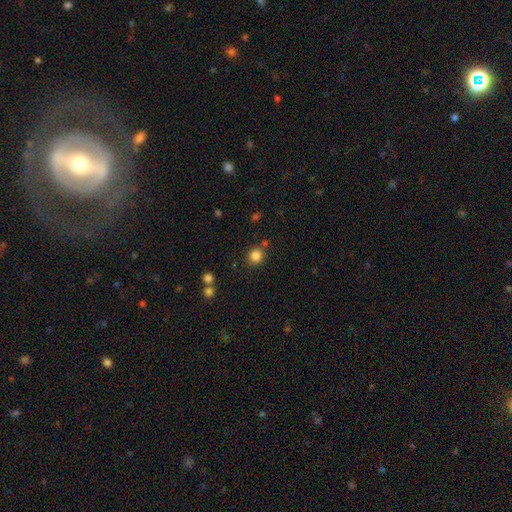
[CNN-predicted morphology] A smooth galaxy with no disk features (84%) that is round (89%).

Vote fractions:
- Smooth or featured? smooth: 84% / star or artifact: 11% / featured or disk: 5%
- How rounded? round: 89% / in between: 11% / cigar-shaped: 1%
- Merging? none: 82% / minor disturbance: 8% / merger: 6% / major disturbance: 3%